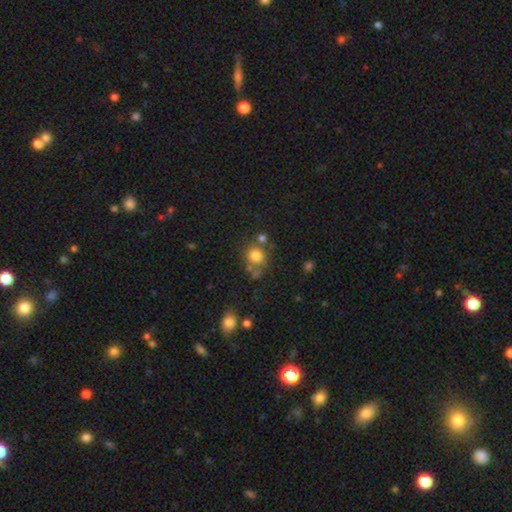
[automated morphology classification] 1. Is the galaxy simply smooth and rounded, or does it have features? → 78% smooth, 13% star or artifact, 9% featured or disk.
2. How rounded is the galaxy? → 82% round, 17% in between, 1% cigar-shaped.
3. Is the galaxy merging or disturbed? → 60% none, 20% merger, 14% minor disturbance, 7% major disturbance.